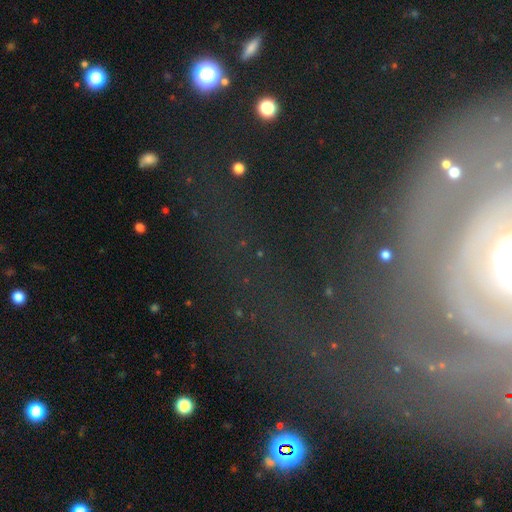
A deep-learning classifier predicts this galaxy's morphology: A featured or disk galaxy (64%) with no bar (56%), spiral arms (68%) and a moderate central bulge (46%). Merging: none (57%).